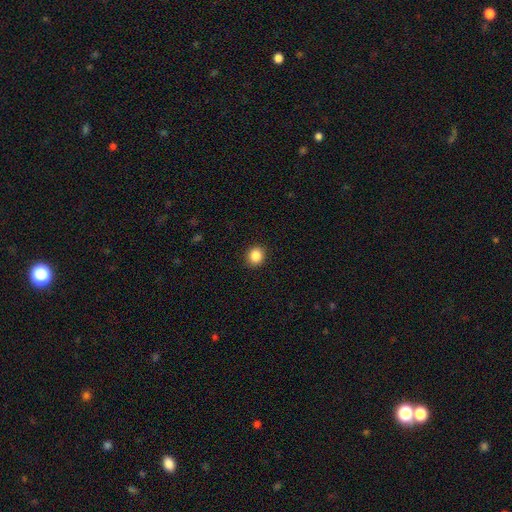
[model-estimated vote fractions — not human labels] A smooth galaxy with no disk features (87%) that is round (81%).

Vote fractions:
- Smooth or featured? smooth: 87% / star or artifact: 10% / featured or disk: 4%
- How rounded? round: 81% / in between: 18% / cigar-shaped: 1%
- Merging? none: 91% / minor disturbance: 6% / major disturbance: 2% / merger: 1%